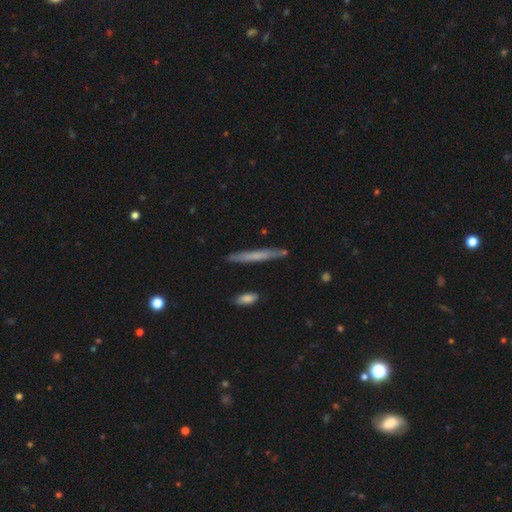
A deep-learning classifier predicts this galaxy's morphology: Q: Smooth or featured?
A: smooth (55%); runner-up: featured or disk (38%)
Q: How rounded?
A: cigar-shaped (95%); runner-up: in between (3%)
Q: Merging?
A: none (86%); runner-up: minor disturbance (10%)